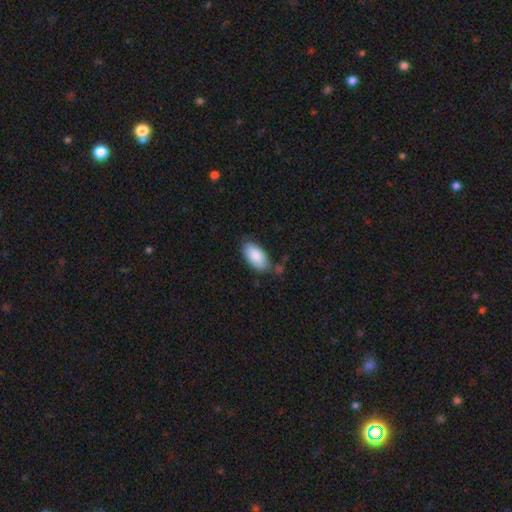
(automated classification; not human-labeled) Q: Smooth or featured?
A: smooth (88%); runner-up: featured or disk (6%)
Q: How rounded?
A: in between (94%); runner-up: cigar-shaped (4%)
Q: Merging?
A: none (71%); runner-up: minor disturbance (20%)